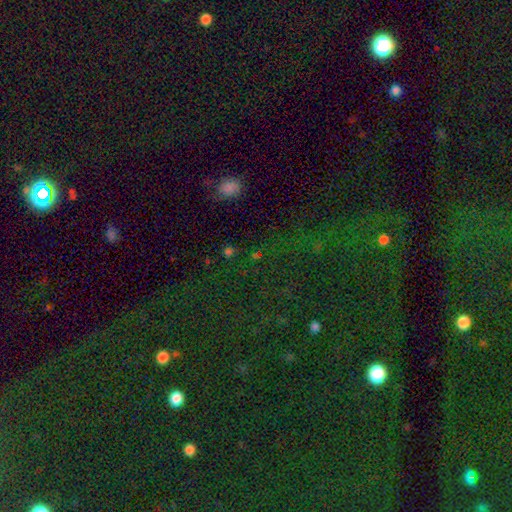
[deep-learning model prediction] This appears to be a star or artifact, not a galaxy (67%).